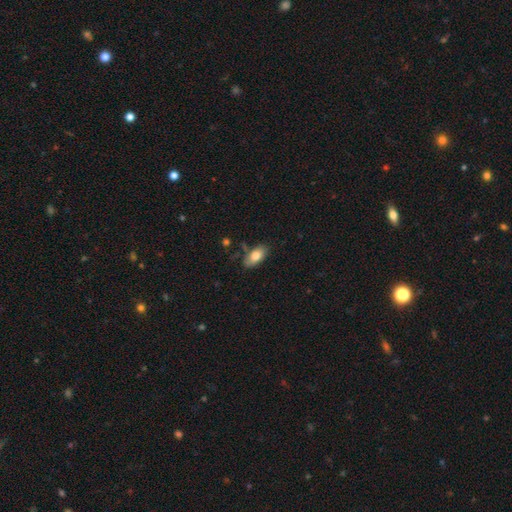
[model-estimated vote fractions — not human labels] A smooth galaxy with no disk features (79%) that is in between round and cigar-shaped (91%). Merging: none (73%).